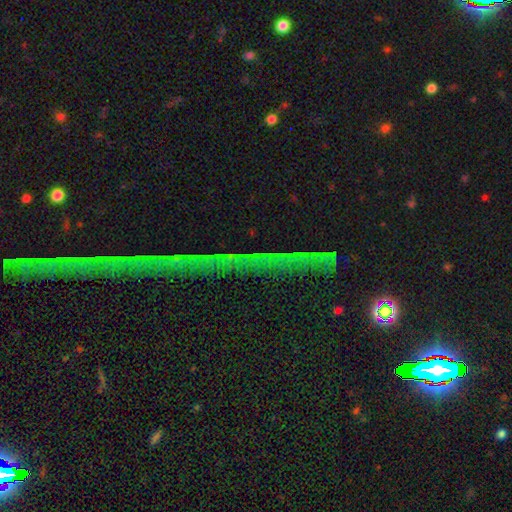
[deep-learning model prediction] The model was most divided on "smooth or featured": star or artifact: 74%, featured or disk: 15%, smooth: 12%.